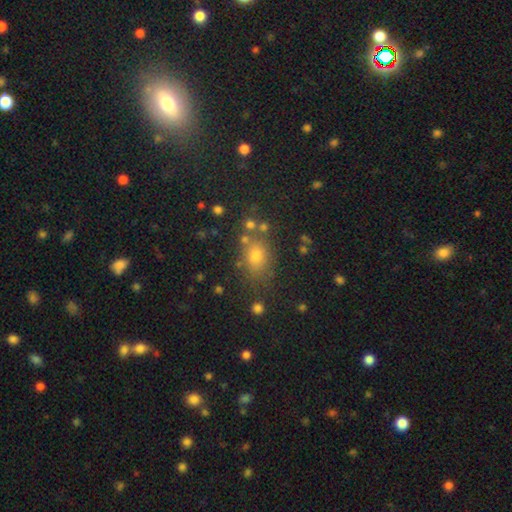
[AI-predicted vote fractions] Smooth or featured? smooth (68%)
How rounded? in between (62%)
Merging? none (72%)